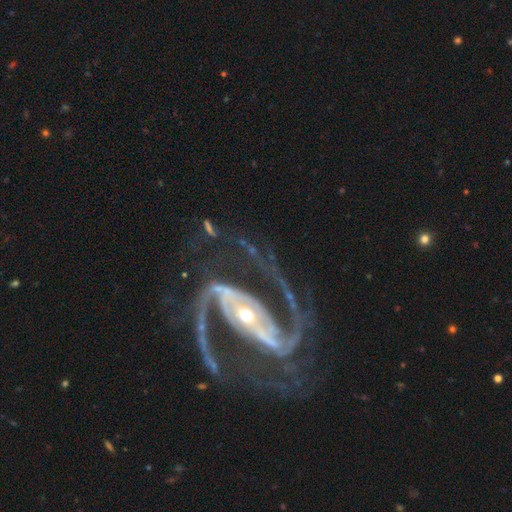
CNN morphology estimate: smooth-or-featured: featured or disk: 94% | star or artifact: 4% | smooth: 2%
  disk-edge-on: no: 98% | yes: 2%
    bar: strong: 65% | weak: 20% | no: 15%
    has-spiral-arms: yes: 99% | no: 1%
      spiral-winding: medium: 63% | tight: 21% | loose: 16%
      spiral-arm-count: 2: 92% | 3: 2% | can't tell: 2% | 1: 1% | 4: 1% | more than 4: 1%
    bulge-size: small: 58% | moderate: 37% | large: 3% | none: 1% | dominant: 1%
  merging: none: 70% | minor disturbance: 14% | major disturbance: 13% | merger: 3%